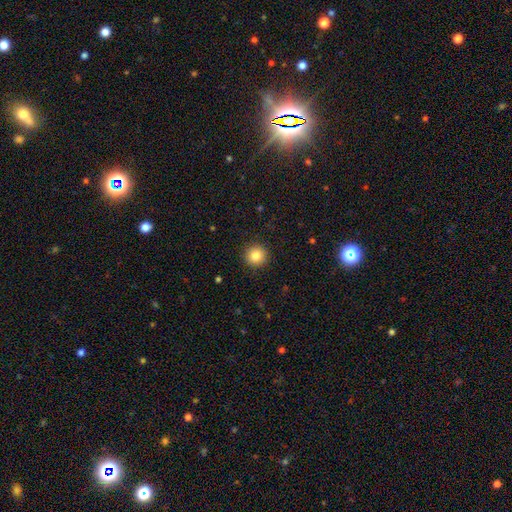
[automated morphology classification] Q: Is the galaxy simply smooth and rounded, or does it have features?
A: smooth — 84%.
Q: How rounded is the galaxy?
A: round — 95%.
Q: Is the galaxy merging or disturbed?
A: none — 92%.